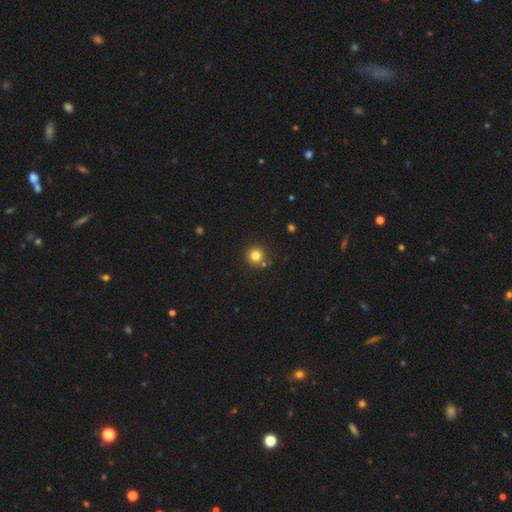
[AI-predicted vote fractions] smooth 81%, star or artifact 13%, featured or disk 6%. Down the decision tree: how rounded — round (95%); merging — none (83%).